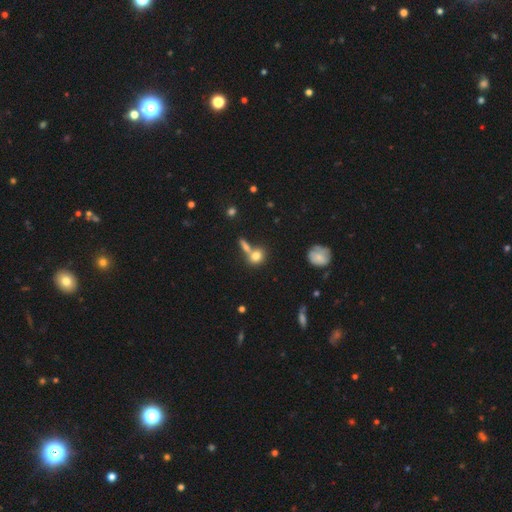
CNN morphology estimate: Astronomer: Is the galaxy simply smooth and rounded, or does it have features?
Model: smooth — 77%.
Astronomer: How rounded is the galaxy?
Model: round — 60% (runner-up: in between, 36%).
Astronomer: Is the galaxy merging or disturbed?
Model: none — 47% (runner-up: merger, 39%).